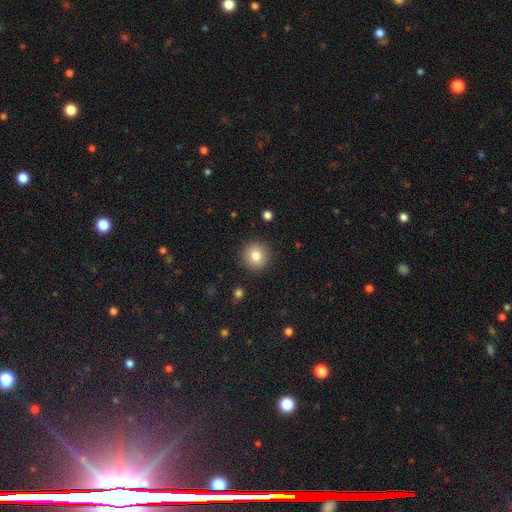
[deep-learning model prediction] Morphology: type=smooth (81%); roundness=round (94%); merging=none (91%).